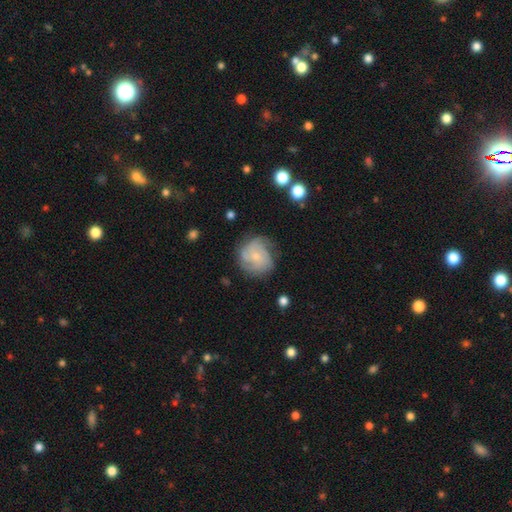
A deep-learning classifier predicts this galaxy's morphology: This appears to be a featured or disk galaxy (72%) with no bar (75%), 3 (34%) tight (51%) spiral arms (94%) and a small central bulge (71%). Merging: none (70%).